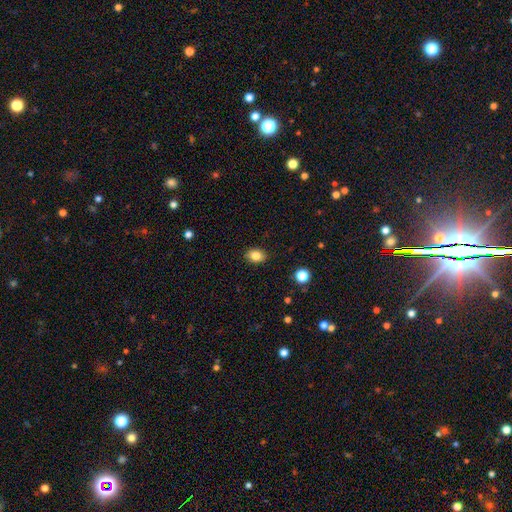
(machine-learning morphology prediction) A smooth galaxy with no disk features (84%) that is in between round and cigar-shaped (66%). Merging: none (89%).